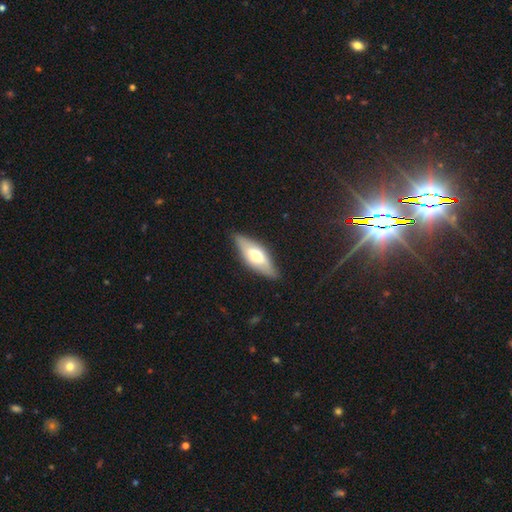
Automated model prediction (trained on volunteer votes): Q: Smooth or featured?
A: smooth (49%); runner-up: featured or disk (45%)
Q: Merging?
A: none (81%); runner-up: minor disturbance (15%)